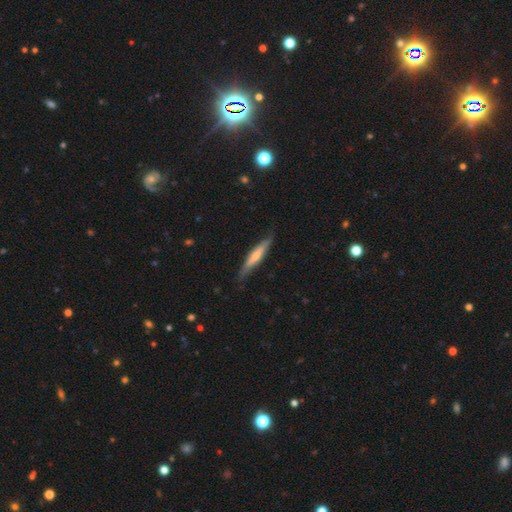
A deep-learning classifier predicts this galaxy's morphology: Smooth or featured?
  - smooth: 51% *
  - featured or disk: 44%
  - star or artifact: 5%
How rounded?
  - cigar-shaped: 90% *
  - in between: 9%
  - round: 1%
Merging?
  - none: 80% *
  - minor disturbance: 16%
  - major disturbance: 3%
  - merger: 1%